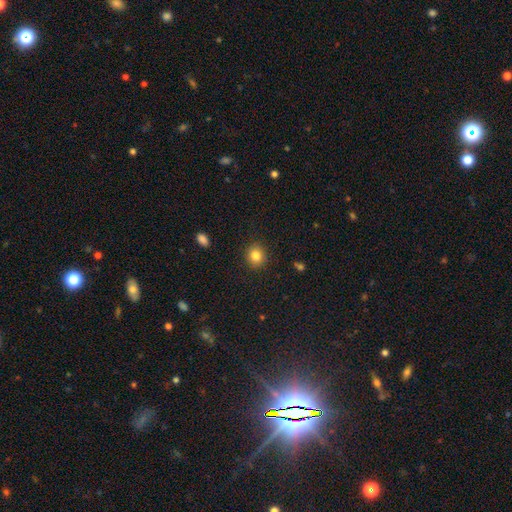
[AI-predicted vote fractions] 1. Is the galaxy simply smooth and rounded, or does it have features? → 84% smooth, 10% star or artifact, 6% featured or disk.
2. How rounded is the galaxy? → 83% round, 16% in between, 1% cigar-shaped.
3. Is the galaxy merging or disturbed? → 90% none, 7% minor disturbance, 2% major disturbance, 1% merger.